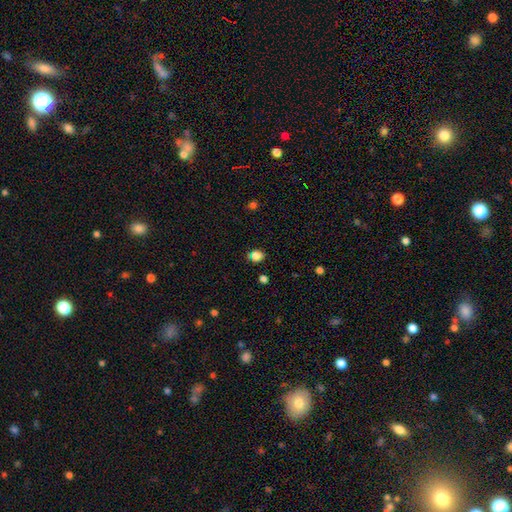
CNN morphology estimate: This appears to be a smooth galaxy with no disk features (76%) that is round (60%). Merging: none (82%).